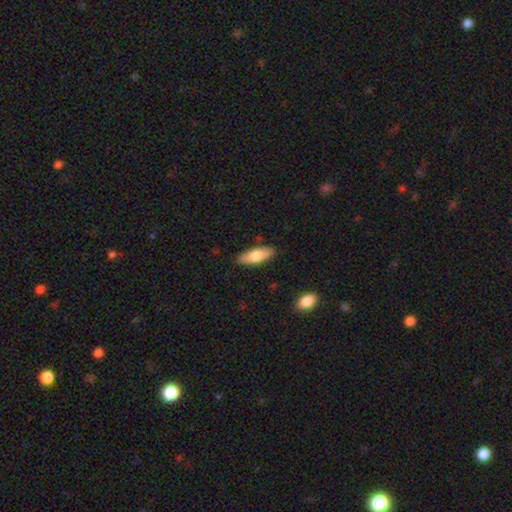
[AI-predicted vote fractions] smooth_or_featured: smooth (p=0.75) [alt: featured or disk p=0.20]
how_rounded: in between (p=0.69) [alt: cigar-shaped p=0.29]
merging: none (p=0.86) [alt: minor disturbance p=0.11]